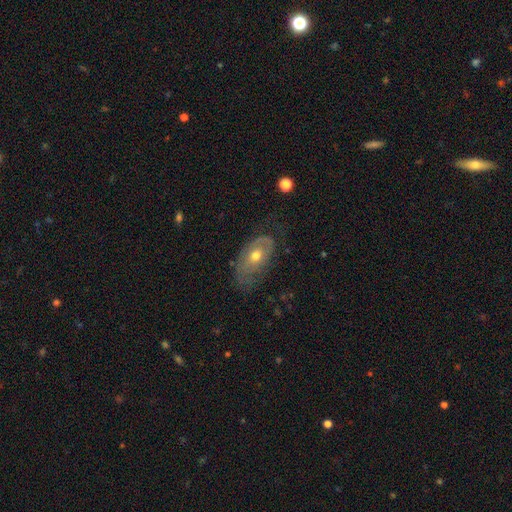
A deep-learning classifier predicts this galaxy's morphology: smooth_or_featured: featured or disk (p=0.60) [alt: smooth p=0.34]
disk_edge_on: no (p=0.90) [alt: yes p=0.10]
bar: no (p=0.82) [alt: weak p=0.14]
has_spiral_arms: yes (p=0.60) [alt: no p=0.40]
bulge_size: moderate (p=0.71) [alt: small p=0.22]
merging: none (p=0.52) [alt: minor disturbance p=0.29]